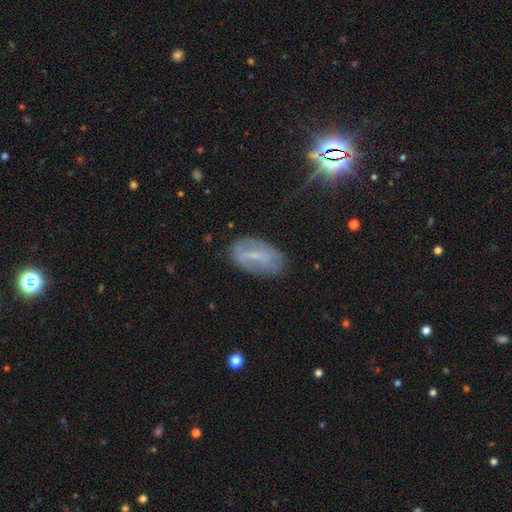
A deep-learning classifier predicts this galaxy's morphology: The model was most divided on "smooth or featured": featured or disk: 54%, smooth: 32%, star or artifact: 14%. More confident: edge-on disk — no (90%); merging — none (72%).